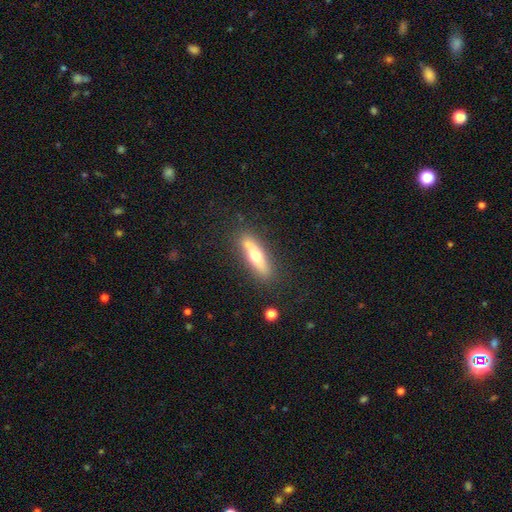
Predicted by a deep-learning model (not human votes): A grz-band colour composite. It shows a smooth galaxy with no disk features (53%) that is cigar-shaped (66%). Merging: none (79%).